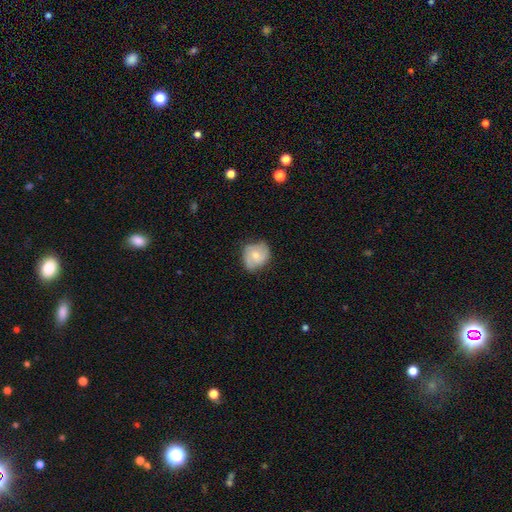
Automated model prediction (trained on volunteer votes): Q: Smooth or featured?
A: smooth (51%); runner-up: featured or disk (42%)
Q: How rounded?
A: round (68%); runner-up: in between (31%)
Q: Merging?
A: none (65%); runner-up: minor disturbance (27%)